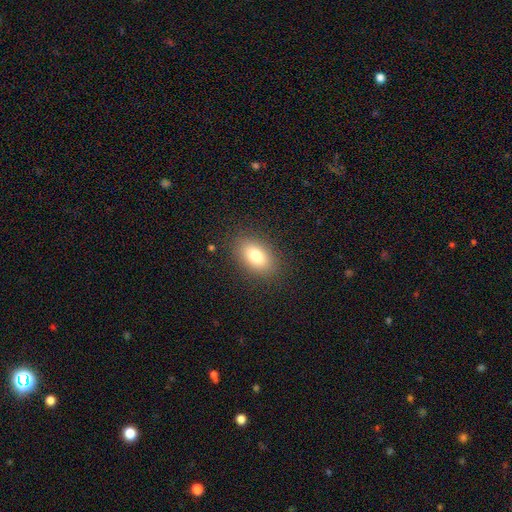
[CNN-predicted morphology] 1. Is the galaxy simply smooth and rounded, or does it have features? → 80% smooth, 11% featured or disk, 9% star or artifact.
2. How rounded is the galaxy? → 88% in between, 9% round, 3% cigar-shaped.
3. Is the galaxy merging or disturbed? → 86% none, 9% minor disturbance, 3% major disturbance, 1% merger.